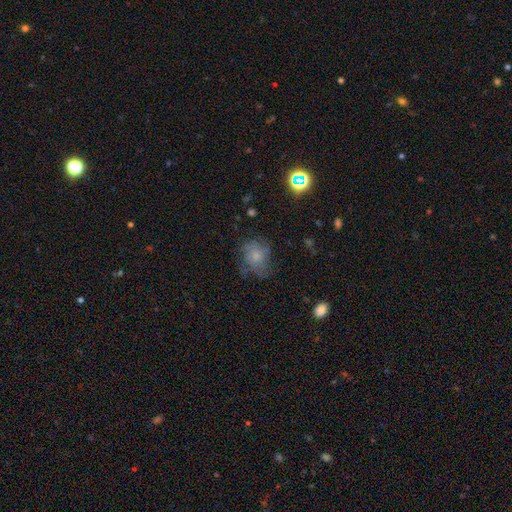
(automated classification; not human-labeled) The model was most divided on "how rounded": round: 61%, in between: 38%, cigar-shaped: 1%. More confident: smooth or featured — smooth (57%); merging — none (52%).